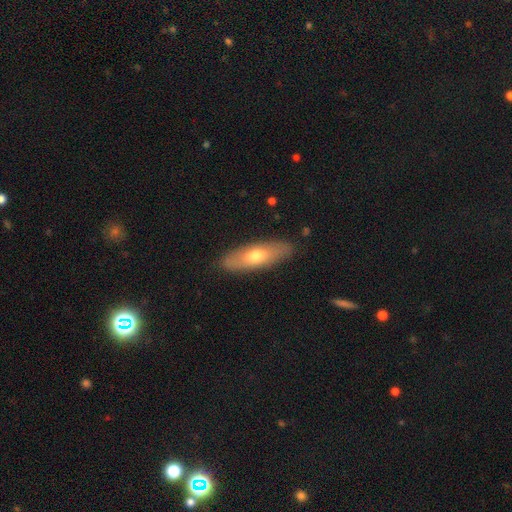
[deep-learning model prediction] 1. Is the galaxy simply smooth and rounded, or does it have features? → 62% smooth, 33% featured or disk, 6% star or artifact.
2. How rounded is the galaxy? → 57% in between, 41% cigar-shaped, 3% round.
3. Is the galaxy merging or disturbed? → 86% none, 10% minor disturbance, 2% major disturbance, 1% merger.